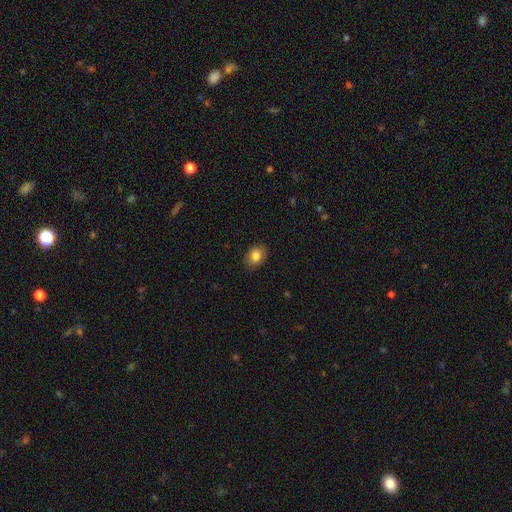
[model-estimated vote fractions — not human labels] A smooth galaxy with no disk features (84%) that is in between round and cigar-shaped (60%). Merging: none (85%).